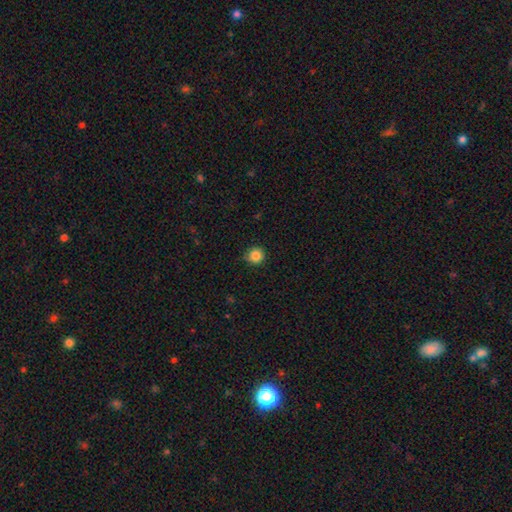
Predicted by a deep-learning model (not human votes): Morphology: type=smooth (85%); roundness=round (94%); merging=none (84%).